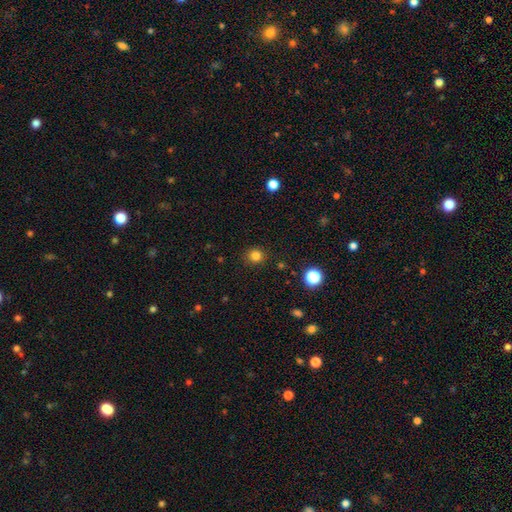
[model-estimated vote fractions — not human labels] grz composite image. It shows a smooth galaxy with no disk features (81%) that is round (88%). Merging: none (90%).